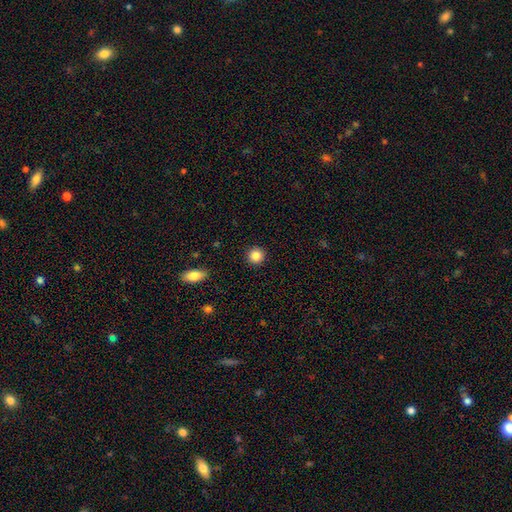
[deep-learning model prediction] Morphology: type=smooth (85%); roundness=round (94%); merging=none (92%).